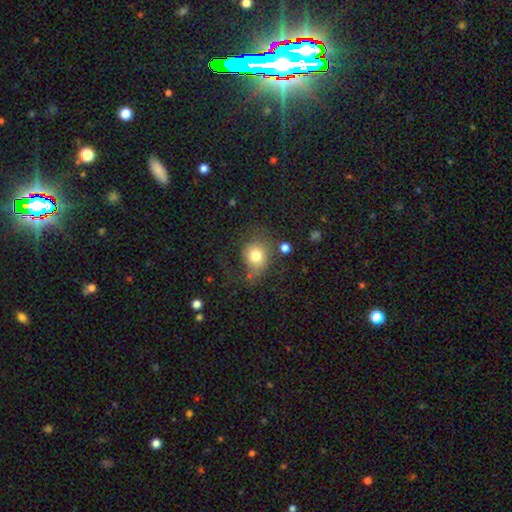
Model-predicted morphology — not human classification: The model was most divided on "merging": none: 48%, major disturbance: 23%, minor disturbance: 23%, merger: 6%. More confident: smooth or featured — smooth (75%); how rounded — round (67%).